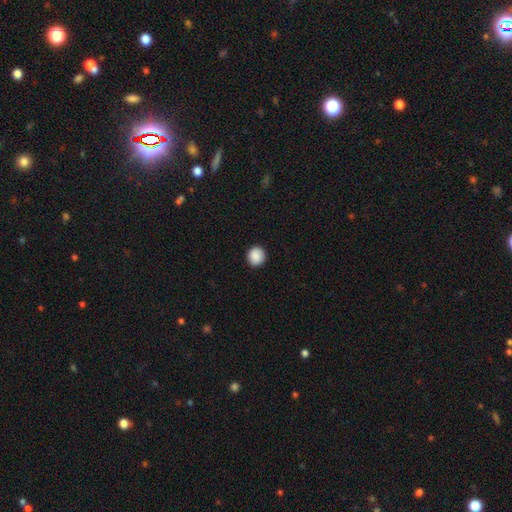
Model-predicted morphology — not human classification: type=smooth (89%); roundness=round (92%); merging=none (92%).